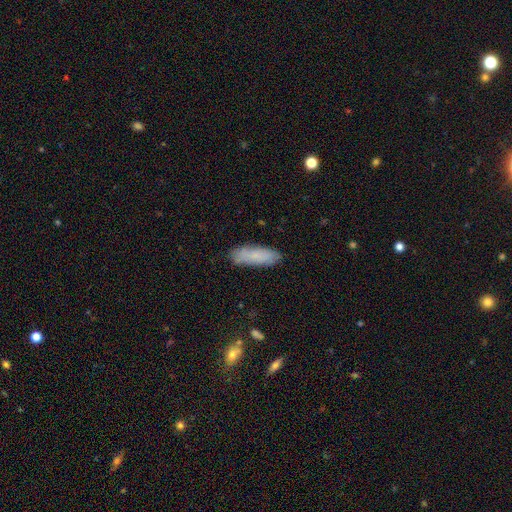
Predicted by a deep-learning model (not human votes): Smooth or featured? smooth (75%)
How rounded? in between (52%)
Merging? none (83%)